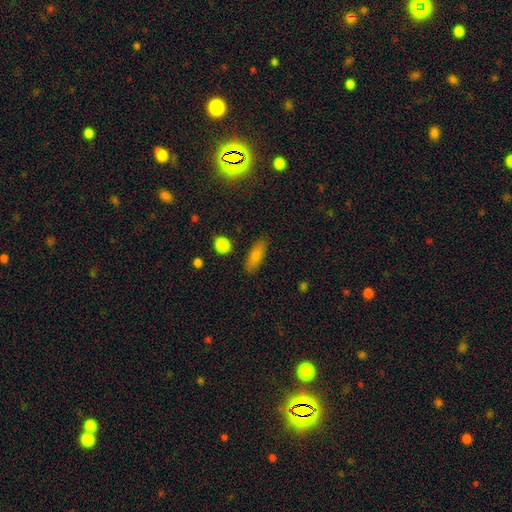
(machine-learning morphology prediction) smooth 80%, featured or disk 13%, star or artifact 8%. Down the decision tree: how rounded — in between (70%); merging — none (84%).